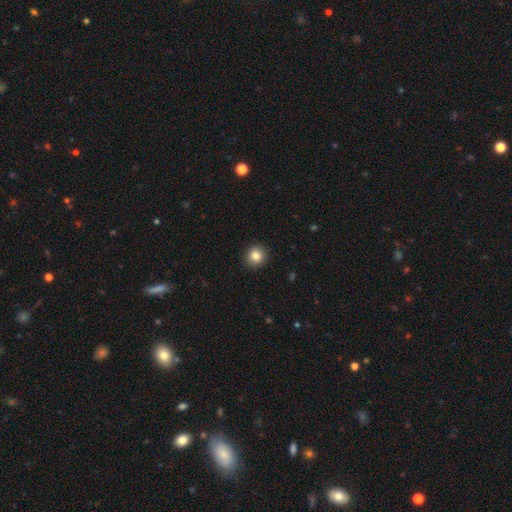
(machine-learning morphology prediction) smooth 85%, star or artifact 10%, featured or disk 5%. Down the decision tree: how rounded — round (91%); merging — none (92%).